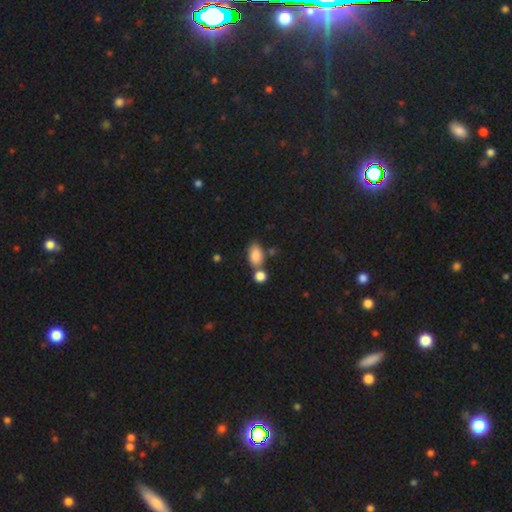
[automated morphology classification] smooth-or-featured: smooth: 84% | star or artifact: 9% | featured or disk: 8%
  how-rounded: in between: 87% | round: 11% | cigar-shaped: 2%
  merging: none: 55% | merger: 27% | minor disturbance: 14% | major disturbance: 4%